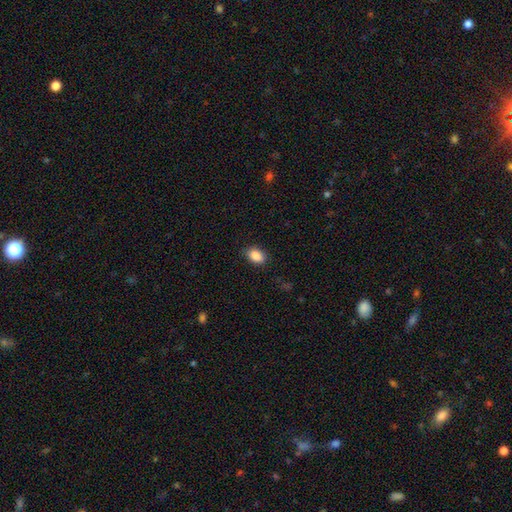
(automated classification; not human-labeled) Smooth or featured?
  - smooth: 87% *
  - star or artifact: 8%
  - featured or disk: 5%
How rounded?
  - in between: 80% *
  - round: 19%
  - cigar-shaped: 1%
Merging?
  - none: 87% *
  - minor disturbance: 10%
  - major disturbance: 2%
  - merger: 1%